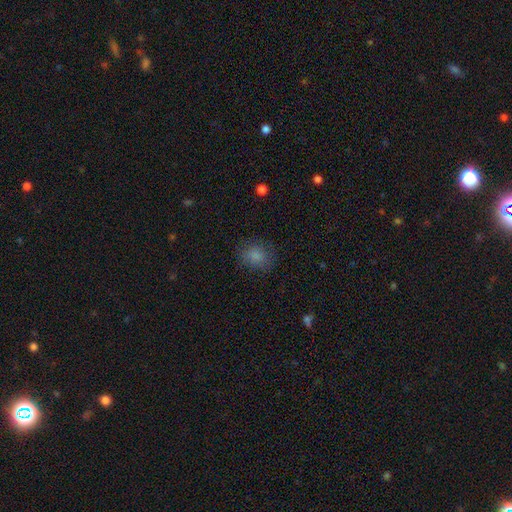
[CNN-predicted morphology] Q: Smooth or featured?
A: smooth (84%); runner-up: star or artifact (11%)
Q: How rounded?
A: round (62%); runner-up: in between (37%)
Q: Merging?
A: none (81%); runner-up: minor disturbance (13%)